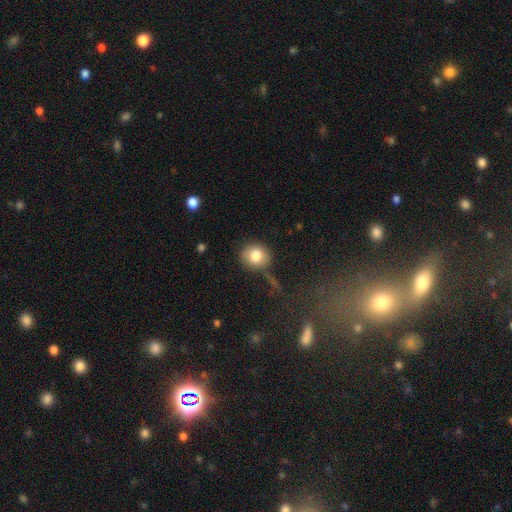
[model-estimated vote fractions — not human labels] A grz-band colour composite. It shows a smooth galaxy with no disk features (79%) that is round (80%). Merging: none (73%).